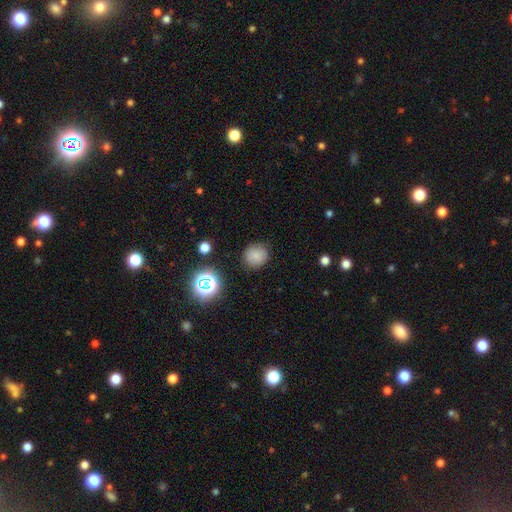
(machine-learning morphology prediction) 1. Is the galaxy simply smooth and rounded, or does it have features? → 77% smooth, 15% star or artifact, 8% featured or disk.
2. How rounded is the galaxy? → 88% round, 11% in between, 1% cigar-shaped.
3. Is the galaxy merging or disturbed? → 87% none, 9% minor disturbance, 3% major disturbance, 2% merger.